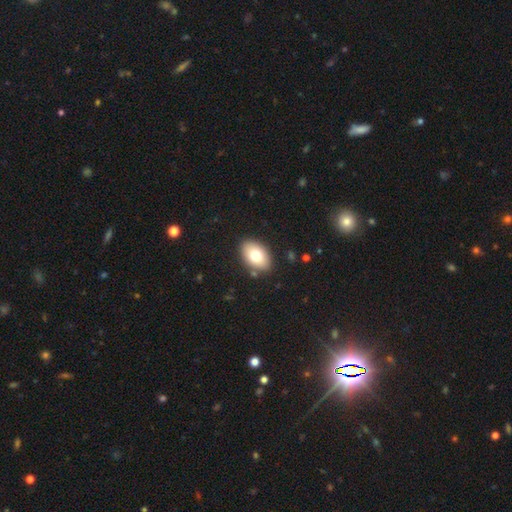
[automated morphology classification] This appears to be a smooth galaxy with no disk features (75%) that is in between round and cigar-shaped (89%). Merging: none (87%).